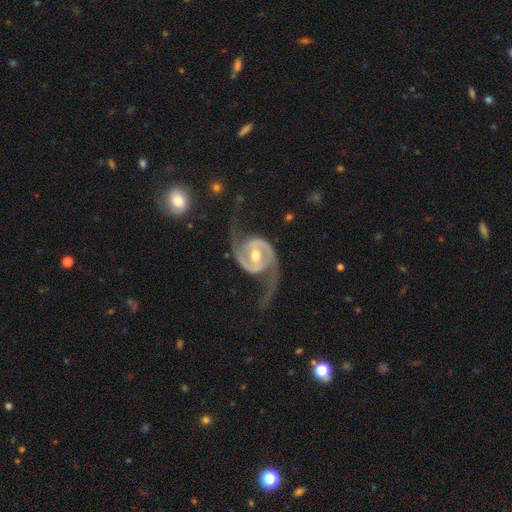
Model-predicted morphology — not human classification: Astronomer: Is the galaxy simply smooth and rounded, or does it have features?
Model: featured or disk — 93%.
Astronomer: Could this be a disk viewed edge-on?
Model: no — 98%.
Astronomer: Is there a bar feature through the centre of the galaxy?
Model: weak — 37% (runner-up: strong, 33%).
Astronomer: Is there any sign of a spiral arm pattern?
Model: yes — 98%.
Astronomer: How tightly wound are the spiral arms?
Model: medium — 46% (runner-up: loose, 38%).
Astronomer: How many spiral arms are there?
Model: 2 — 94%.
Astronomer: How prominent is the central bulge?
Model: moderate — 69%.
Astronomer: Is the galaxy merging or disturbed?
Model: none — 69%.